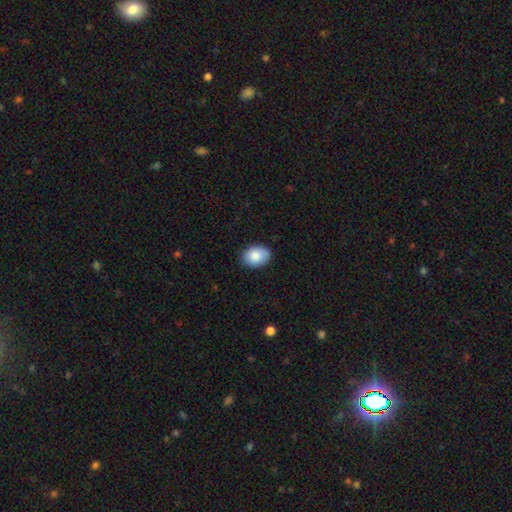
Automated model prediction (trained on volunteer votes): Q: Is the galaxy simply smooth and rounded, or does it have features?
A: smooth — 86%.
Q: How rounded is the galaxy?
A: in between — 77%.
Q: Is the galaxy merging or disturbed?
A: none — 85%.